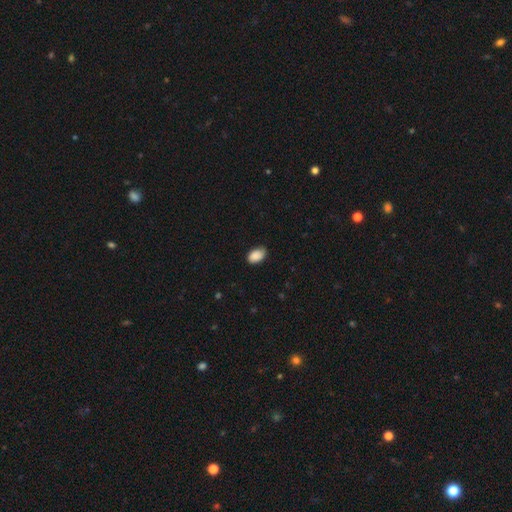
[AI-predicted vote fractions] Q: Smooth or featured?
A: smooth (88%); runner-up: star or artifact (7%)
Q: How rounded?
A: in between (91%); runner-up: round (8%)
Q: Merging?
A: none (74%); runner-up: minor disturbance (22%)